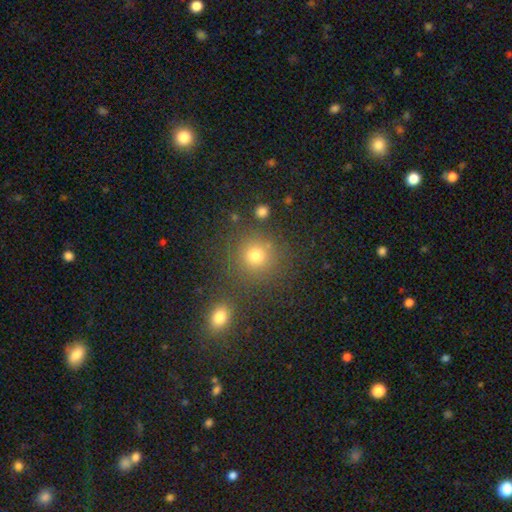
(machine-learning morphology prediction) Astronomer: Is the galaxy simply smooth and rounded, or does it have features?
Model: smooth — 74%.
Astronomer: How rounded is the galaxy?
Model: round — 90%.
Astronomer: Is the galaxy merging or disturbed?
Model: none — 78%.